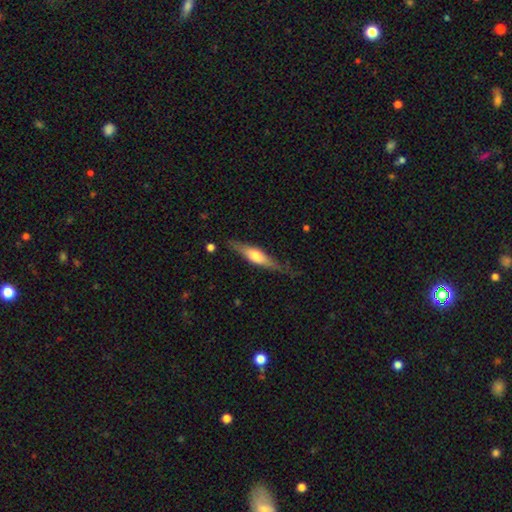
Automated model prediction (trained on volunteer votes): A featured or disk galaxy (52%) viewed edge-on (90%).

Vote fractions:
- Smooth or featured? featured or disk: 52% / smooth: 43% / star or artifact: 5%
- Edge-on disk? yes: 90% / no: 10%
- Merging? none: 72% / minor disturbance: 20% / major disturbance: 6% / merger: 2%